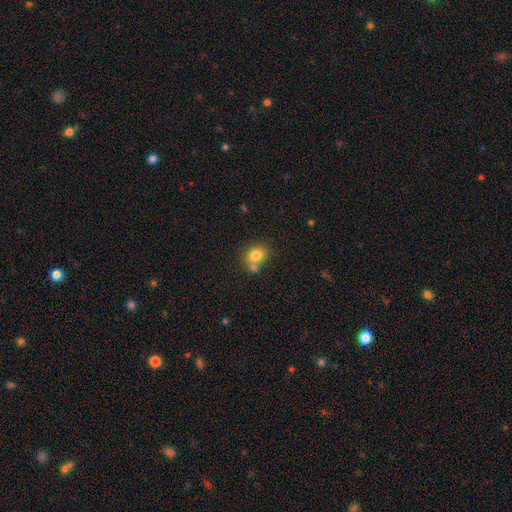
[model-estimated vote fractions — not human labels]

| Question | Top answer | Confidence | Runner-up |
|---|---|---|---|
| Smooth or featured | smooth | 79% | featured or disk (10%) |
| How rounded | round | 55% | in between (44%) |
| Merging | none | 54% | merger (31%) |